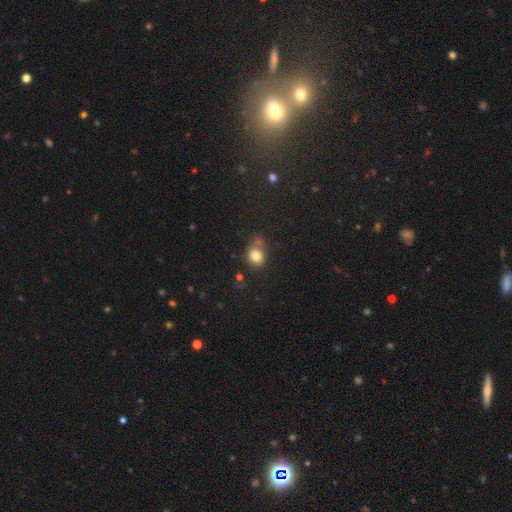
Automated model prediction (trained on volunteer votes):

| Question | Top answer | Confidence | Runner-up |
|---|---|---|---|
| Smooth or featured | smooth | 80% | star or artifact (12%) |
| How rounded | round | 65% | in between (34%) |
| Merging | none | 59% | minor disturbance (18%) |